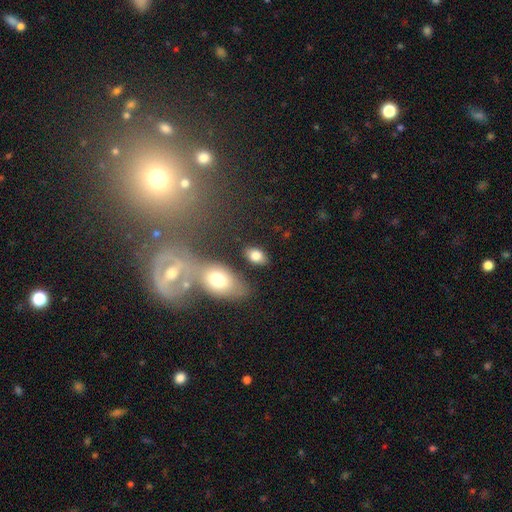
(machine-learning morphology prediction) The model was most divided on "merging": none: 77%, minor disturbance: 12%, merger: 8%, major disturbance: 4%. More confident: how rounded — in between (87%); smooth or featured — smooth (79%).